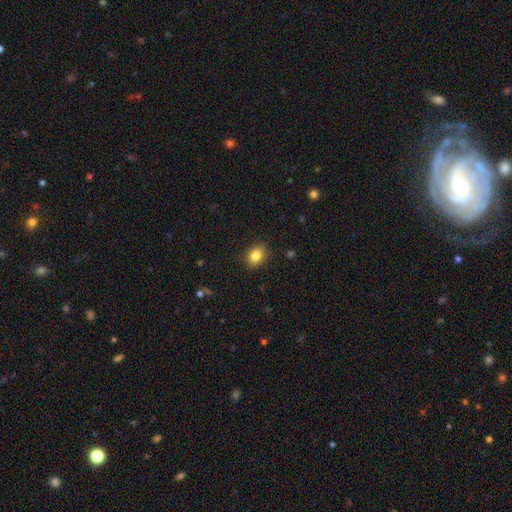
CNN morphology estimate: Q: Smooth or featured?
A: smooth (84%); runner-up: star or artifact (9%)
Q: How rounded?
A: in between (69%); runner-up: round (30%)
Q: Merging?
A: none (87%); runner-up: minor disturbance (9%)